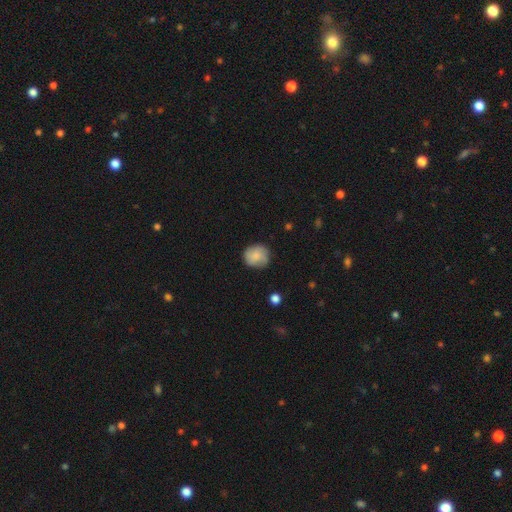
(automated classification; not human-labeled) The model was most divided on "merging": none: 76%, minor disturbance: 18%, major disturbance: 4%, merger: 1%. More confident: how rounded — round (87%); smooth or featured — smooth (78%).